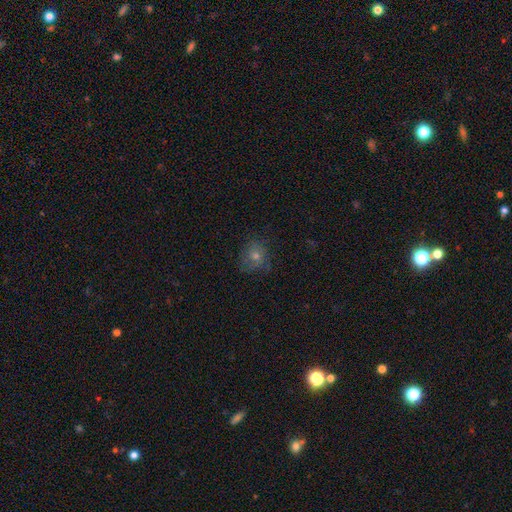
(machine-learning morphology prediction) Smooth or featured? smooth (51%)
How rounded? round (78%)
Merging? none (74%)